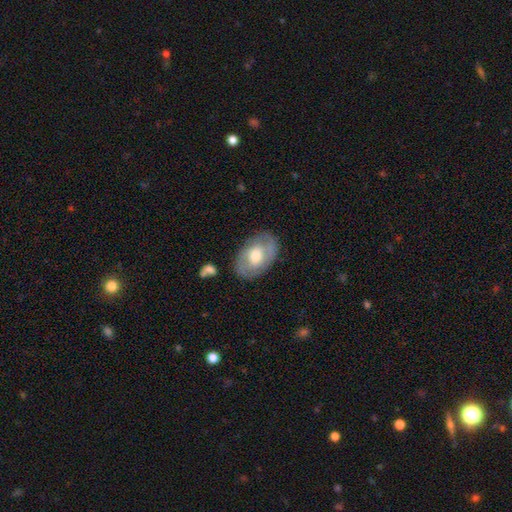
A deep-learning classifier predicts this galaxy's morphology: type=featured or disk (48%); merging=none (78%).